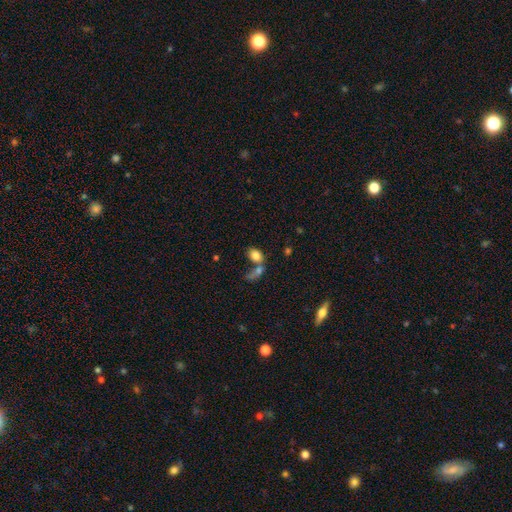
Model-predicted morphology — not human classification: smooth-or-featured: smooth: 79% | featured or disk: 11% | star or artifact: 10%
  how-rounded: in between: 75% | round: 23% | cigar-shaped: 2%
  merging: merger: 45% | none: 35% | minor disturbance: 10% | major disturbance: 9%